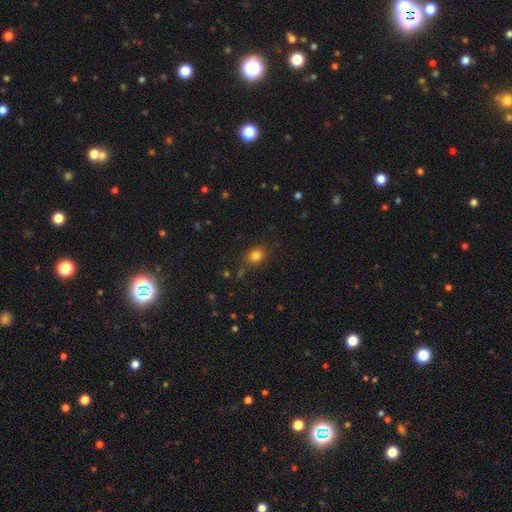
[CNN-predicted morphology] type=smooth (81%); roundness=round (56%); merging=none (81%).